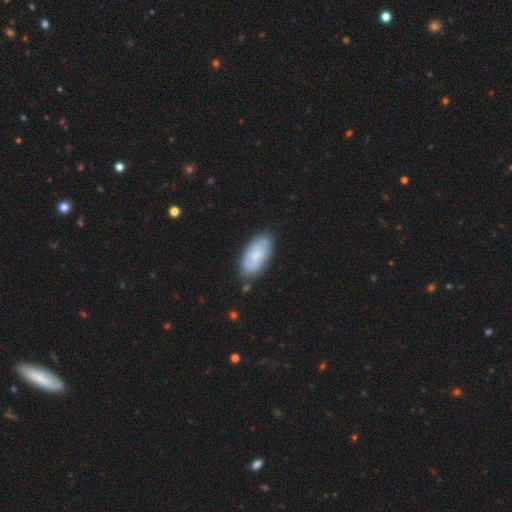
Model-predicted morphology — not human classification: smooth-or-featured: smooth: 54% | featured or disk: 39% | star or artifact: 6%
  how-rounded: in between: 92% | cigar-shaped: 5% | round: 3%
  merging: none: 80% | minor disturbance: 15% | major disturbance: 3% | merger: 2%